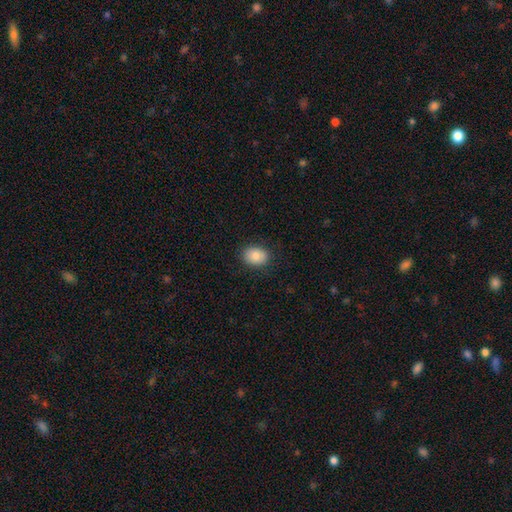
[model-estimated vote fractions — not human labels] This is clearly a smooth galaxy (84%). How rounded: likely in between (64%). Merging: clearly none (88%).